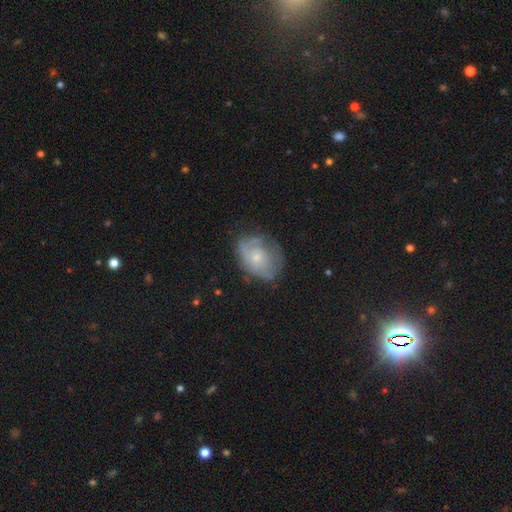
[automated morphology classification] This is likely a featured or disk galaxy (60%). It is clearly not viewed edge-on (96%). Bar: clearly no (82%). Spiral arm pattern: likely yes (70%). Central bulge: likely small (64%). Merging: possibly none (55%).